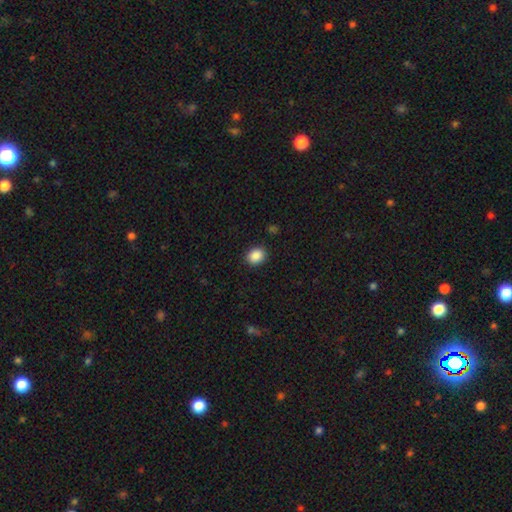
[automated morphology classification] Smooth or featured? smooth (88%)
How rounded? round (62%)
Merging? none (89%)